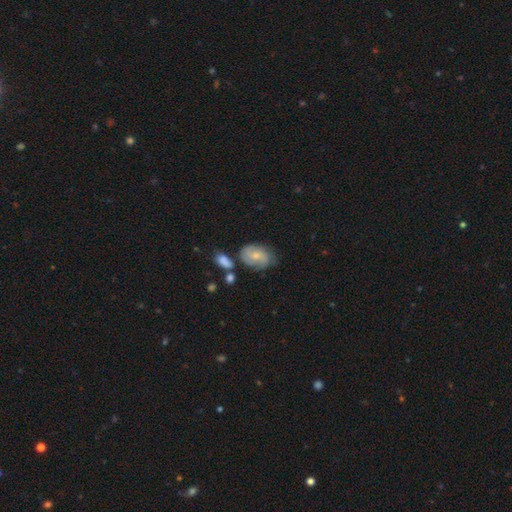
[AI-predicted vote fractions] Smooth or featured? Predicted: featured or disk (p=0.50). Merging? Predicted: none (p=0.57).